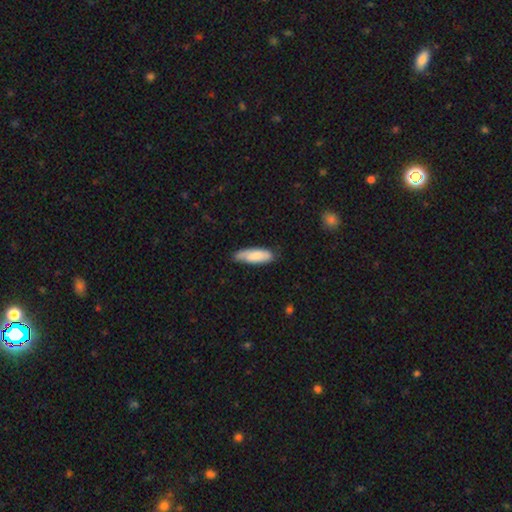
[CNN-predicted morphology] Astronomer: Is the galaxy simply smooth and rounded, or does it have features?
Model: smooth — 81%.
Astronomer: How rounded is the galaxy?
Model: in between — 56% (runner-up: cigar-shaped, 43%).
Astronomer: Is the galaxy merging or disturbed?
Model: none — 70%.